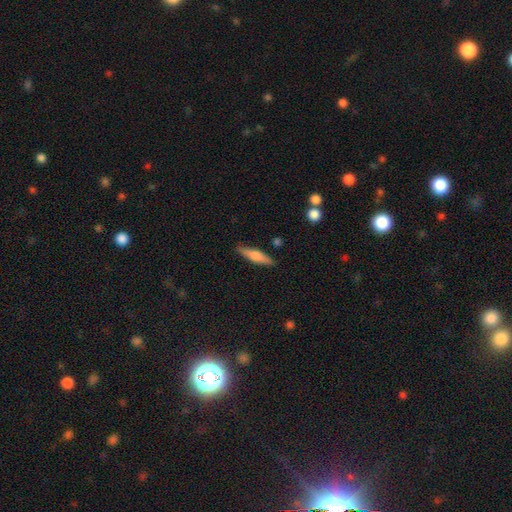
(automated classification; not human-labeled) Overall: smooth (60%; featured or disk 33%). How rounded: cigar-shaped (73%). Merging: none (84%).